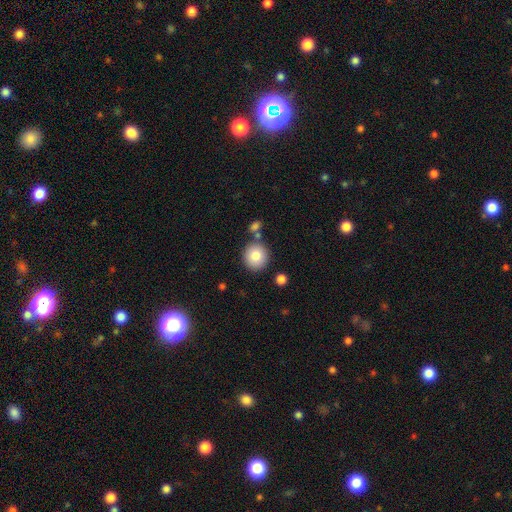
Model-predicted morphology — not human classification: type=smooth (81%); roundness=round (91%); merging=none (79%).